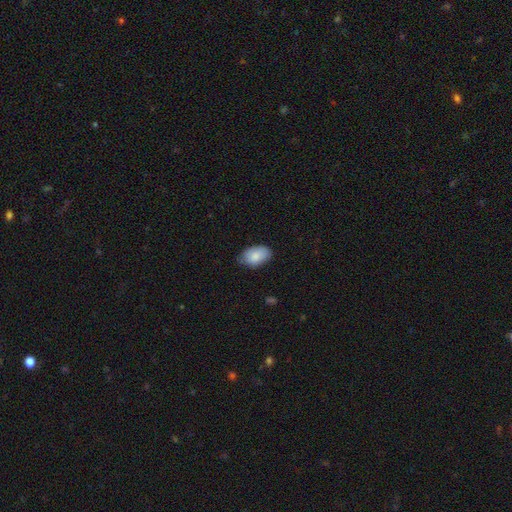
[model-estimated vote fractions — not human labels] A smooth galaxy with no disk features (86%) that is in between round and cigar-shaped (92%).

Vote fractions:
- Smooth or featured? smooth: 86% / featured or disk: 8% / star or artifact: 6%
- How rounded? in between: 92% / round: 7% / cigar-shaped: 1%
- Merging? none: 70% / minor disturbance: 26% / major disturbance: 4% / merger: 1%